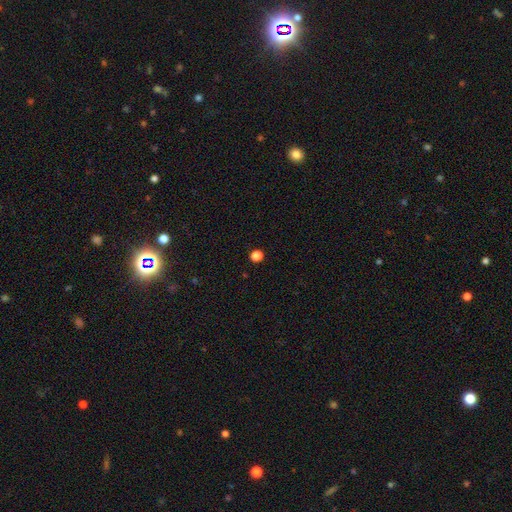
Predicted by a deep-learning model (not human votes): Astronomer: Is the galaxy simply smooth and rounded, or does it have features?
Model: smooth — 78%.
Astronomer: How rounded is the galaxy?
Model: round — 77%.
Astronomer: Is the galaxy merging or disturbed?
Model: none — 91%.